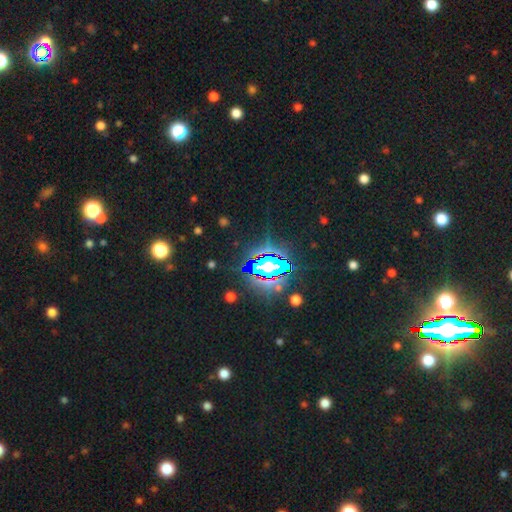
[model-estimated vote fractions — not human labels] The model was most divided on "smooth or featured": star or artifact: 75%, smooth: 14%, featured or disk: 12%.